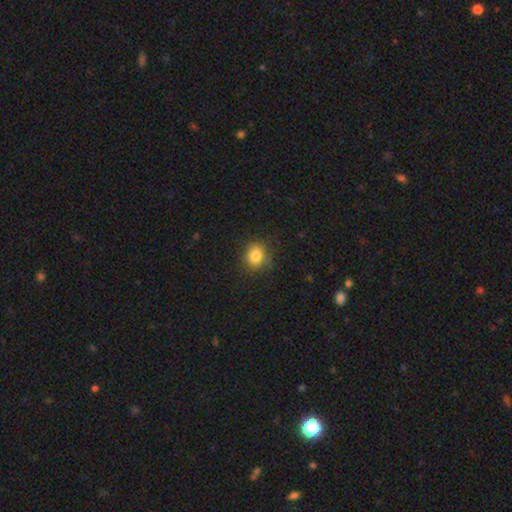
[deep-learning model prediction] smooth-or-featured: smooth: 82% | star or artifact: 11% | featured or disk: 7%
  how-rounded: round: 72% | in between: 27% | cigar-shaped: 1%
  merging: none: 78% | minor disturbance: 16% | major disturbance: 4% | merger: 1%